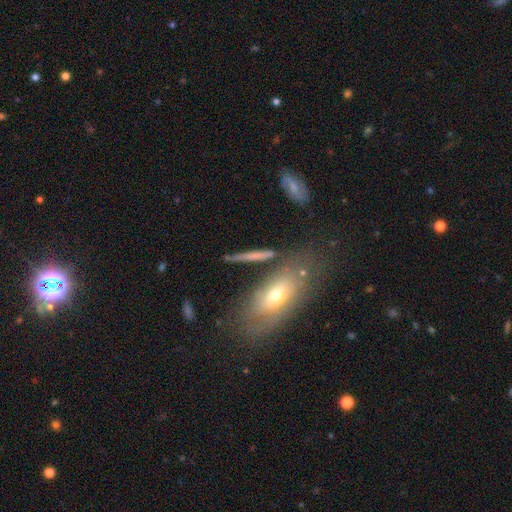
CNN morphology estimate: smooth-or-featured: smooth: 51% | featured or disk: 37% | star or artifact: 11%
  how-rounded: cigar-shaped: 73% | in between: 20% | round: 7%
  merging: none: 71% | minor disturbance: 14% | merger: 9% | major disturbance: 6%